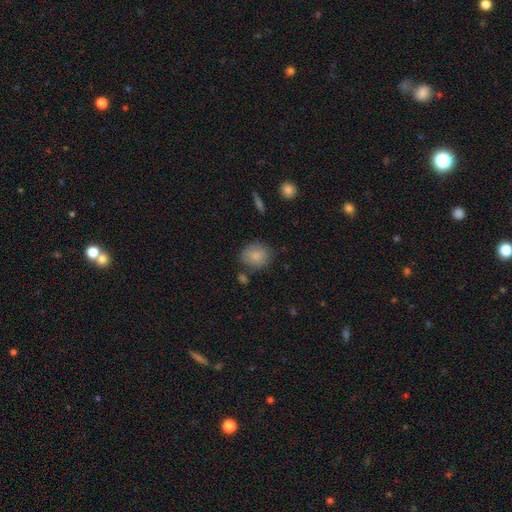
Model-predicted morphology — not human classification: A smooth galaxy with no disk features (84%) that is round (68%). Merging: none (73%).